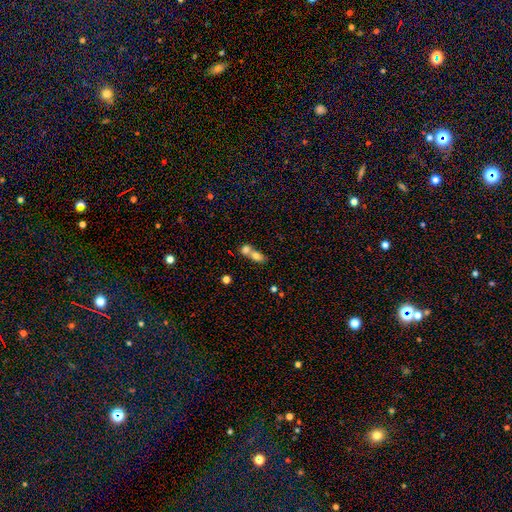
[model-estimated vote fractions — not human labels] smooth_or_featured: smooth (p=0.74) [alt: featured or disk p=0.17]
how_rounded: in between (p=0.75) [alt: round p=0.19]
merging: merger (p=0.69) [alt: none p=0.21]